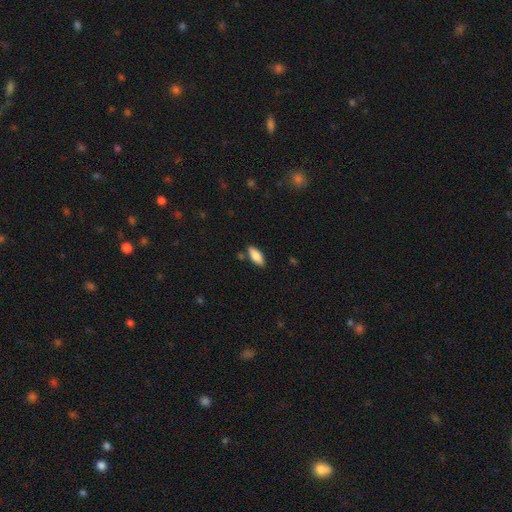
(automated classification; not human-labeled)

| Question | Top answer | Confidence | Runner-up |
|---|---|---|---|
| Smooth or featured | smooth | 83% | featured or disk (11%) |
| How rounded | in between | 78% | cigar-shaped (20%) |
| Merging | none | 83% | minor disturbance (12%) |